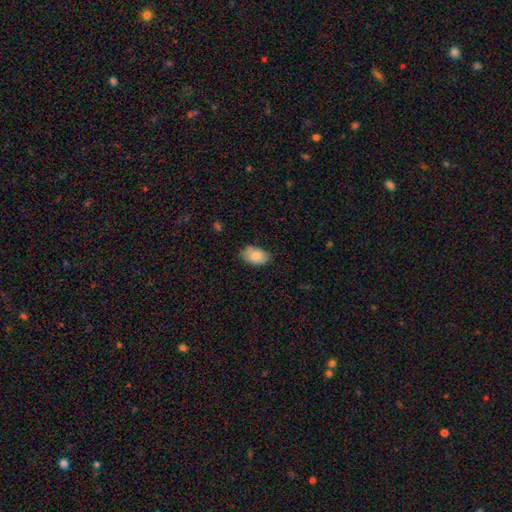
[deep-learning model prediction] A smooth galaxy with no disk features (84%) that is in between round and cigar-shaped (90%). Merging: none (77%).